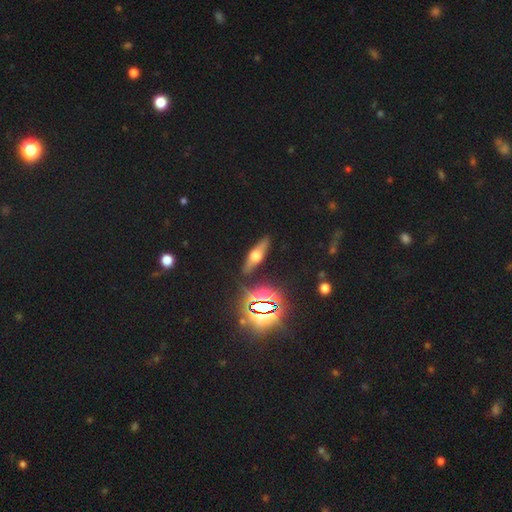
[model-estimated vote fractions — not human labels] Q: Smooth or featured?
A: featured or disk (50%); runner-up: smooth (32%)
Q: Merging?
A: none (85%); runner-up: minor disturbance (10%)